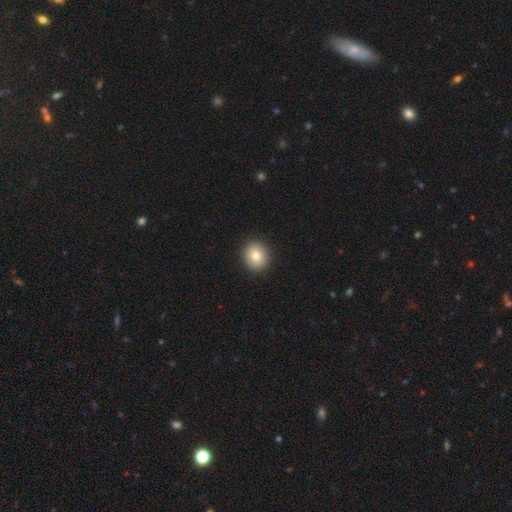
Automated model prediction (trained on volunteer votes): smooth 78%, featured or disk 12%, star or artifact 10%. Down the decision tree: how rounded — round (83%); merging — none (92%).